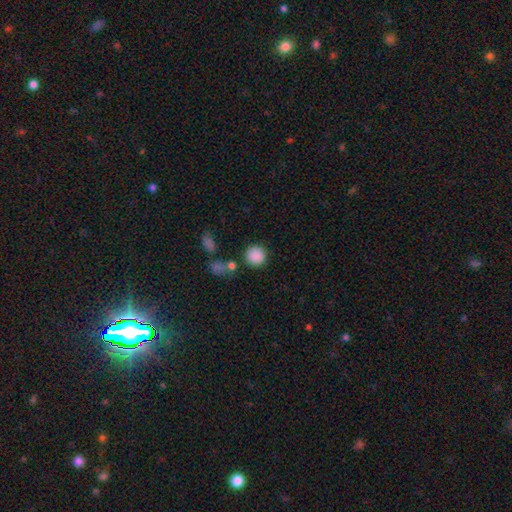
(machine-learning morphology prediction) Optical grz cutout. It shows a smooth galaxy with no disk features (86%) that is round (92%). Merging: none (81%).